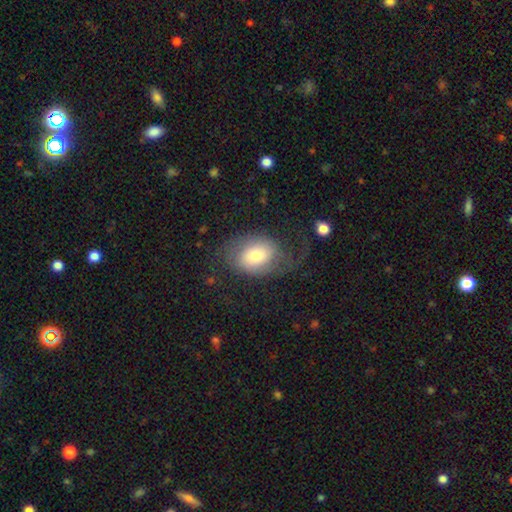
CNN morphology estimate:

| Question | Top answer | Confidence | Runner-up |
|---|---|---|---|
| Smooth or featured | smooth | 48% | featured or disk (44%) |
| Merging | none | 49% | major disturbance (29%) |